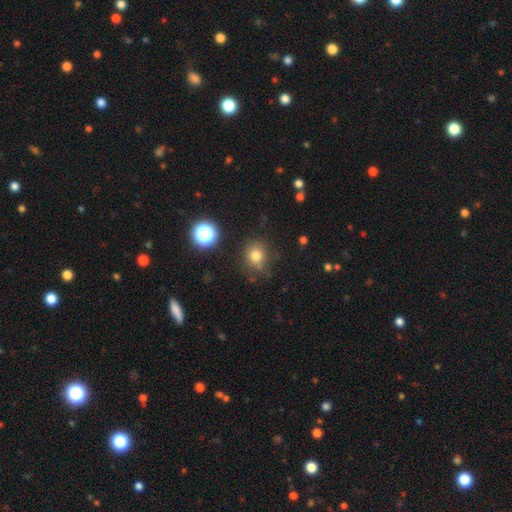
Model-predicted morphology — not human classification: The model was most divided on "merging": none: 76%, minor disturbance: 16%, major disturbance: 5%, merger: 3%. More confident: how rounded — round (82%); smooth or featured — smooth (77%).